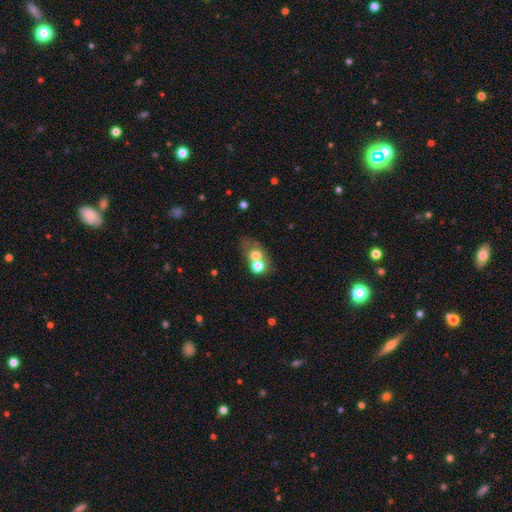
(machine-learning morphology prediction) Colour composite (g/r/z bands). It shows a smooth galaxy with no disk features (62%) that is in between round and cigar-shaped (51%). Merging: merger (50%).